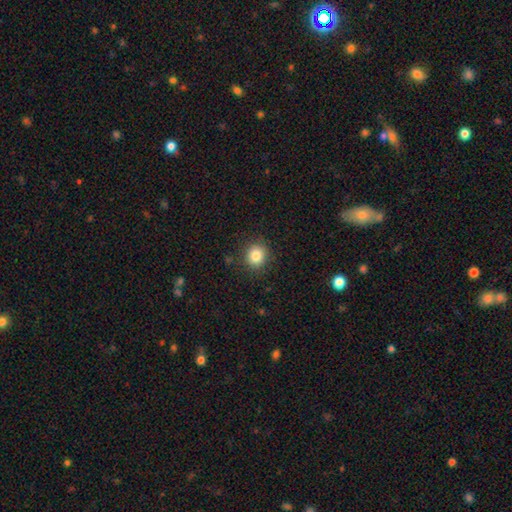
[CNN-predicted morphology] This appears to be a smooth galaxy with no disk features (84%) that is round (84%). Merging: none (89%).